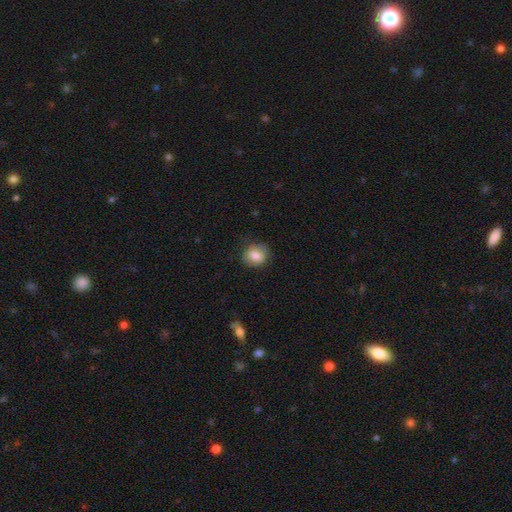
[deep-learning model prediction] Overall: smooth (81%). How rounded: round (70%). Merging: none (81%).